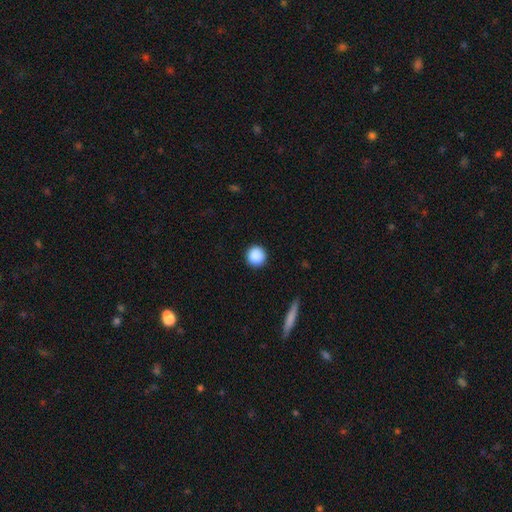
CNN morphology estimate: smooth 89%, star or artifact 8%, featured or disk 3%. Down the decision tree: how rounded — round (95%); merging — none (91%).